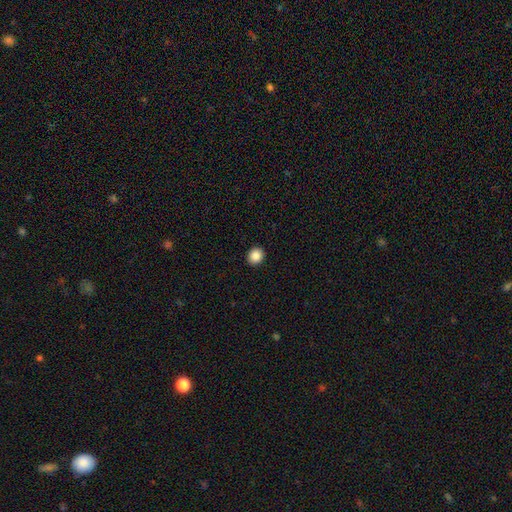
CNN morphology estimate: This appears to be a smooth galaxy with no disk features (88%) that is round (79%). Merging: none (93%).